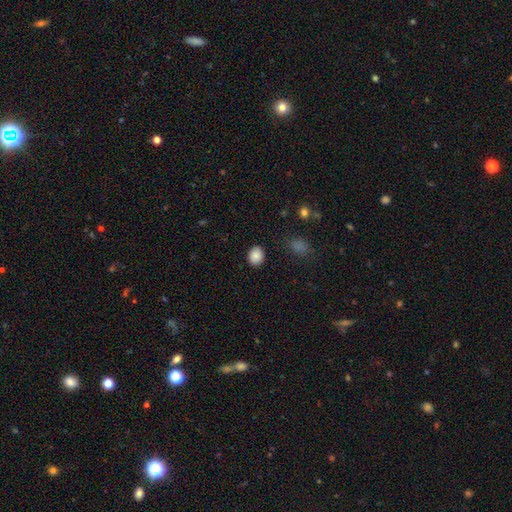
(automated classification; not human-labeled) Smooth or featured? smooth (87%)
How rounded? round (53%)
Merging? none (87%)